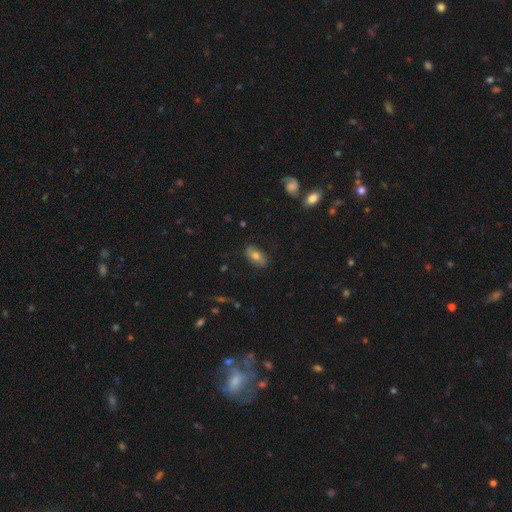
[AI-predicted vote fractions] Smooth or featured? smooth (65%)
How rounded? in between (87%)
Merging? none (84%)